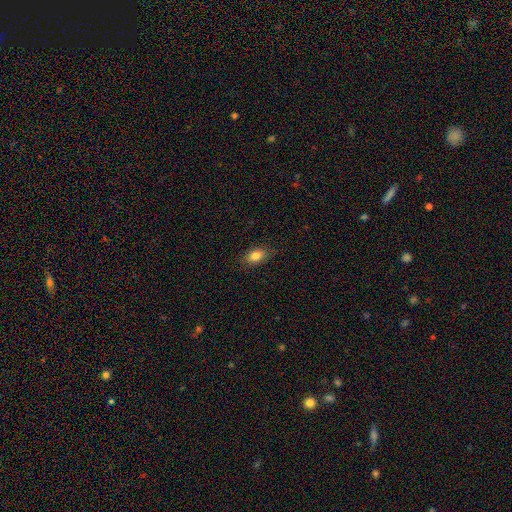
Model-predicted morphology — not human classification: A smooth galaxy with no disk features (84%) that is in between round and cigar-shaped (86%). Merging: none (84%).